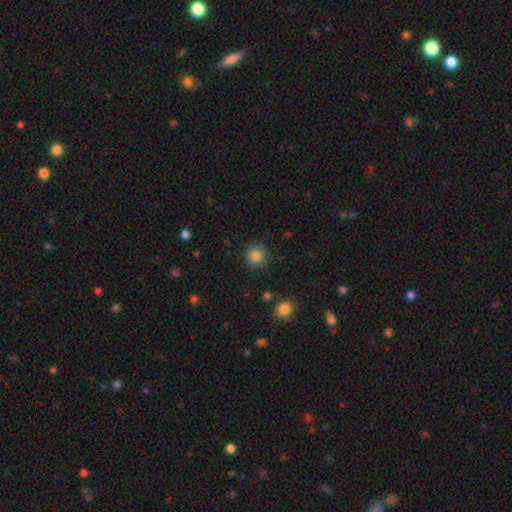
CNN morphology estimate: Overall: smooth (85%). How rounded: round (93%). Merging: none (88%).